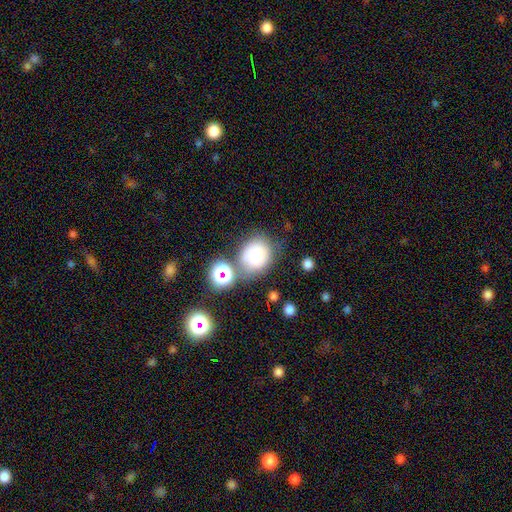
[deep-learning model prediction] This is likely a smooth galaxy (74%). How rounded: likely round (64%). Merging: possibly none (54%).